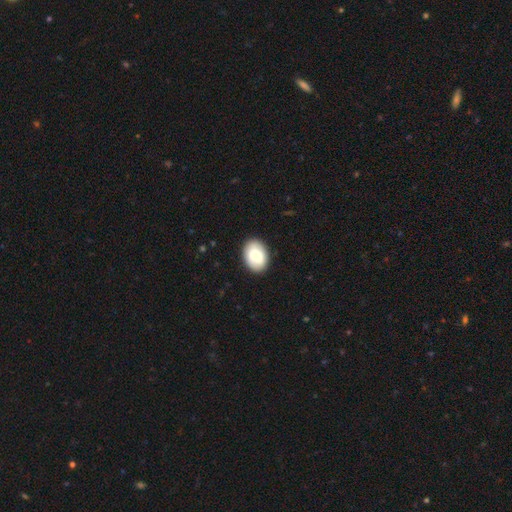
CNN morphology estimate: Smooth or featured: smooth — 80% (featured or disk — 13%)
How rounded: in between — 77% (round — 22%)
Merging: none — 89% (minor disturbance — 8%)